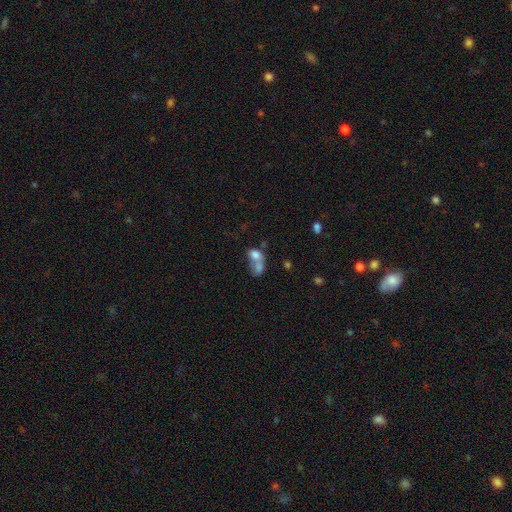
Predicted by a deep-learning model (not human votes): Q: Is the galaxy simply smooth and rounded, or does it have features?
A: smooth — 71%.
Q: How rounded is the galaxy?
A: in between — 66%.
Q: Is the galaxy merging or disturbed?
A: merger — 72%.